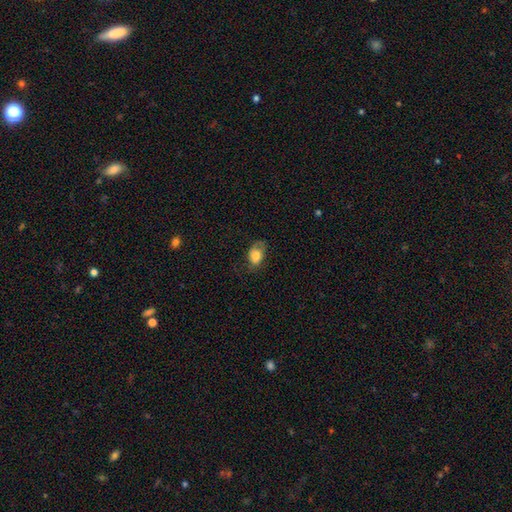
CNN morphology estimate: The model was most divided on "merging": none: 47%, minor disturbance: 31%, major disturbance: 20%, merger: 2%. More confident: how rounded — in between (81%); smooth or featured — smooth (76%).